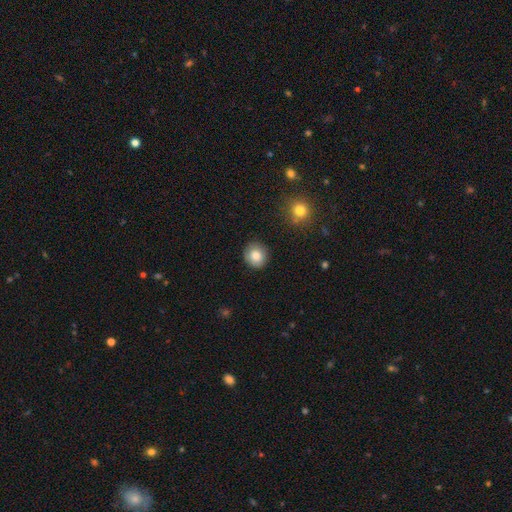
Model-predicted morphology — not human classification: type=smooth (82%); roundness=round (86%); merging=none (88%).